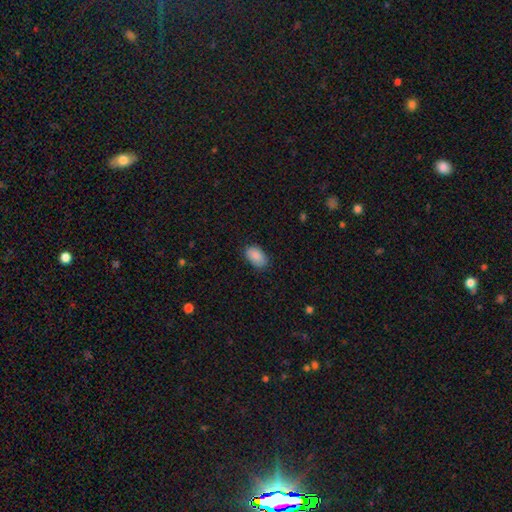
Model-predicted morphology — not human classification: smooth_or_featured: smooth (p=0.89) [alt: star or artifact p=0.07]
how_rounded: in between (p=0.92) [alt: round p=0.07]
merging: none (p=0.81) [alt: minor disturbance p=0.15]